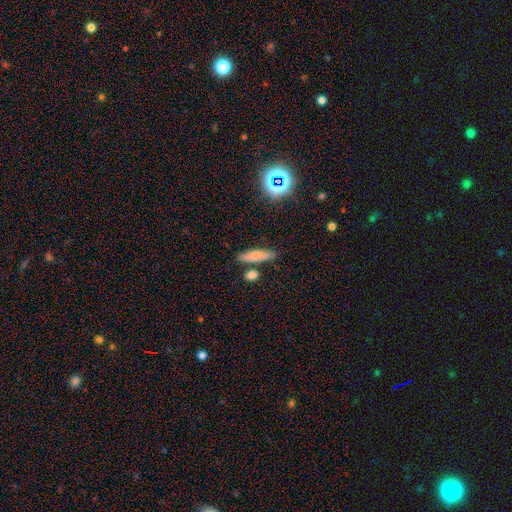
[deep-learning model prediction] smooth 76%, featured or disk 13%, star or artifact 11%. Down the decision tree: how rounded — cigar-shaped (61%); merging — none (76%).